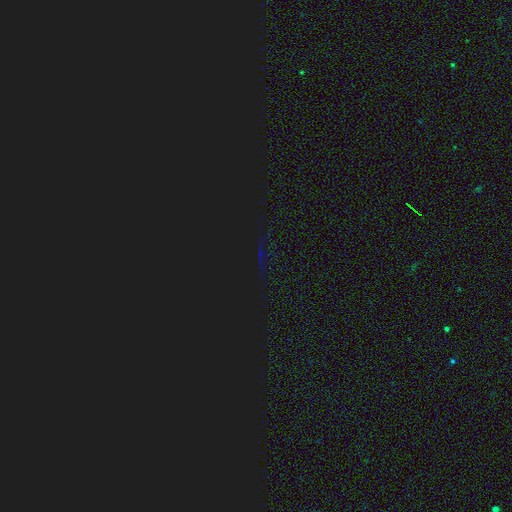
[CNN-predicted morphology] star or artifact 83%, smooth 10%, featured or disk 7%.